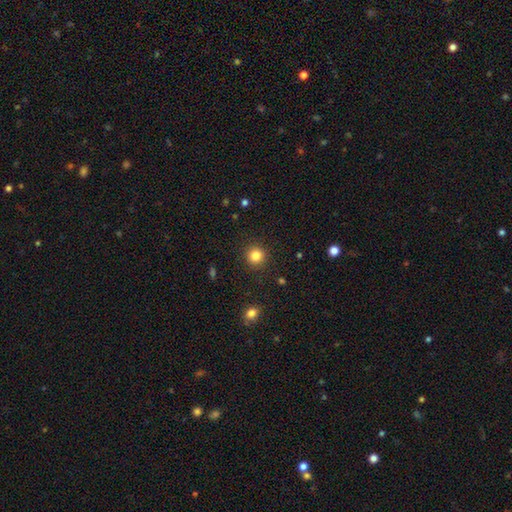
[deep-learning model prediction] Q: Smooth or featured?
A: smooth (83%); runner-up: star or artifact (12%)
Q: How rounded?
A: round (94%); runner-up: in between (5%)
Q: Merging?
A: none (91%); runner-up: minor disturbance (6%)